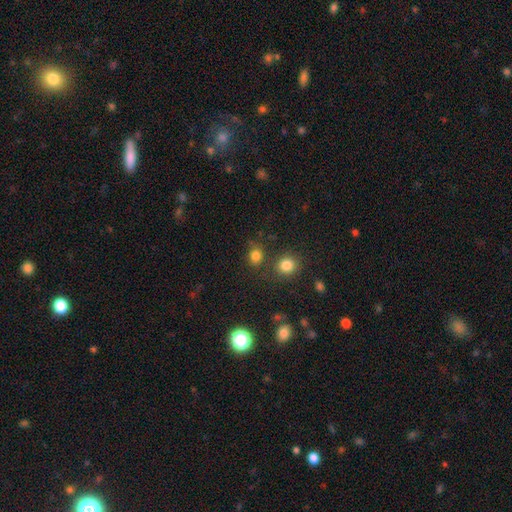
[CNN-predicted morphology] A smooth galaxy with no disk features (79%) that is round (71%).

Vote fractions:
- Smooth or featured? smooth: 79% / star or artifact: 16% / featured or disk: 5%
- How rounded? round: 71% / in between: 28% / cigar-shaped: 1%
- Merging? none: 73% / merger: 12% / minor disturbance: 11% / major disturbance: 4%